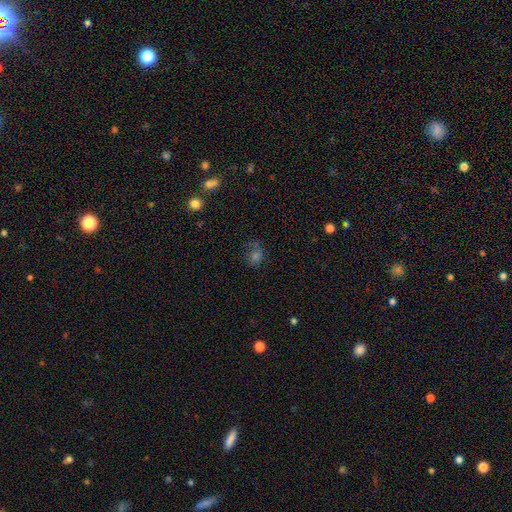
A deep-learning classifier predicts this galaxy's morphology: smooth-or-featured: smooth: 44% | featured or disk: 31% | star or artifact: 25%
  merging: none: 49% | major disturbance: 27% | minor disturbance: 21% | merger: 3%